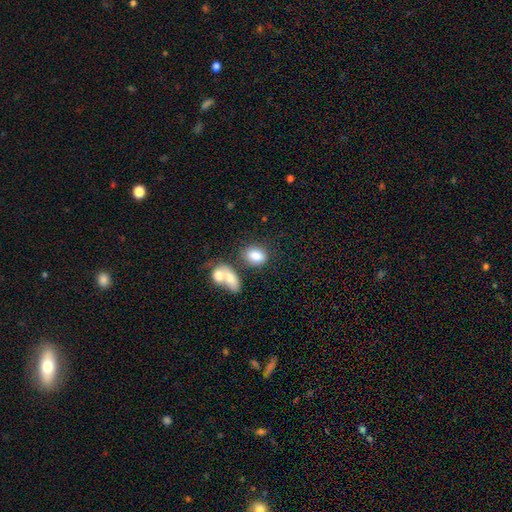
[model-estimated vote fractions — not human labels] Overall: smooth (81%). How rounded: in between (73%). Merging: none (55%; merger 26%).